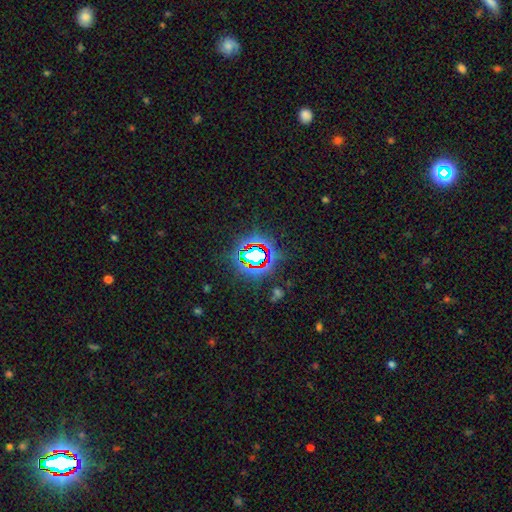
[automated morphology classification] Smooth or featured? star or artifact (74%)